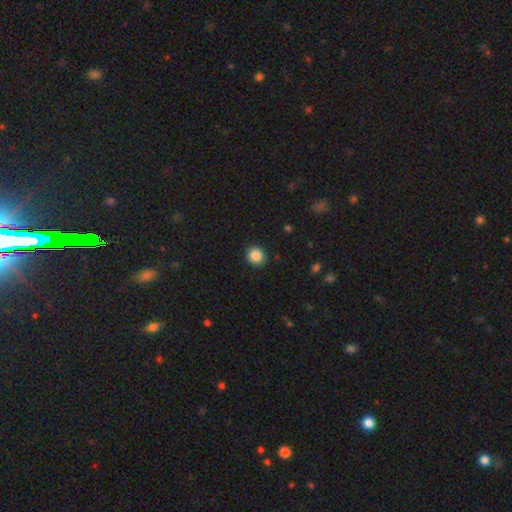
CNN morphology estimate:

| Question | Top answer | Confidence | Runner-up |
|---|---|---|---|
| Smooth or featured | smooth | 87% | star or artifact (10%) |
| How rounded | round | 90% | in between (9%) |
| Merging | none | 91% | minor disturbance (6%) |